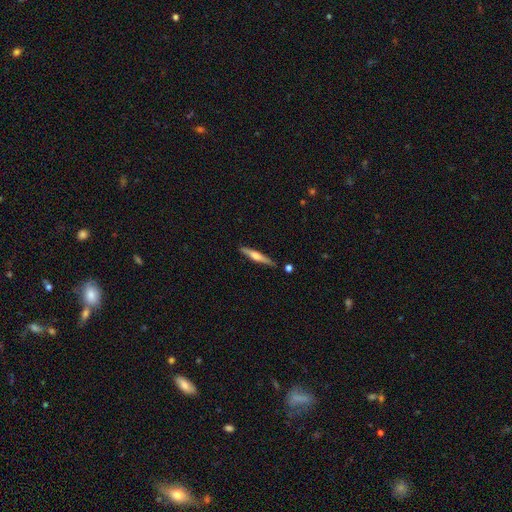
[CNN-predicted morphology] Smooth or featured? featured or disk (55%)
Edge-on disk? yes (96%)
Edge-on bulge? rounded (76%)
Merging? none (84%)